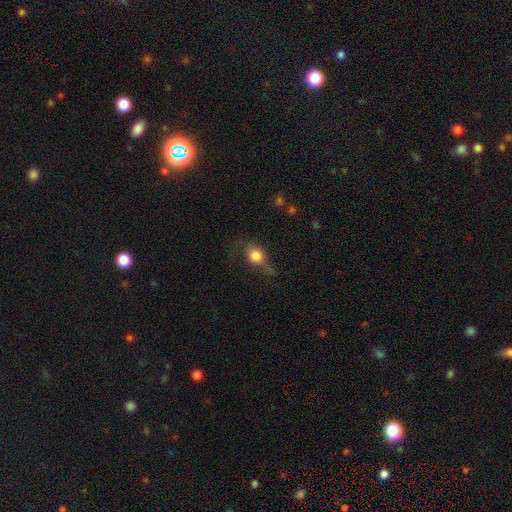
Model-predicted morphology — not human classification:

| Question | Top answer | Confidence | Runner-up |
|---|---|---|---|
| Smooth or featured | smooth | 69% | featured or disk (21%) |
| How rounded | round | 62% | in between (35%) |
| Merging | none | 47% | minor disturbance (28%) |